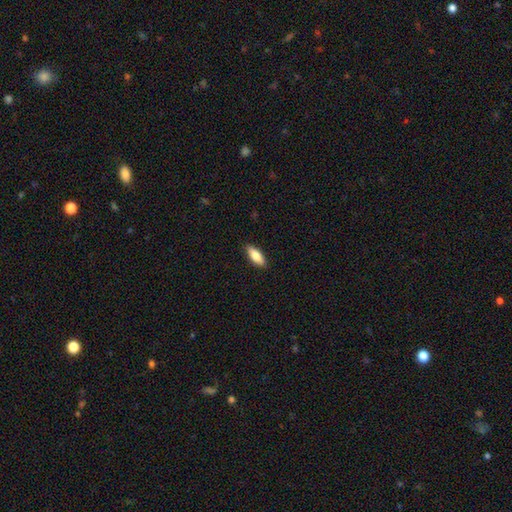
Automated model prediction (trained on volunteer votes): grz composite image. It shows a smooth galaxy with no disk features (80%) that is in between round and cigar-shaped (72%). Merging: none (89%).